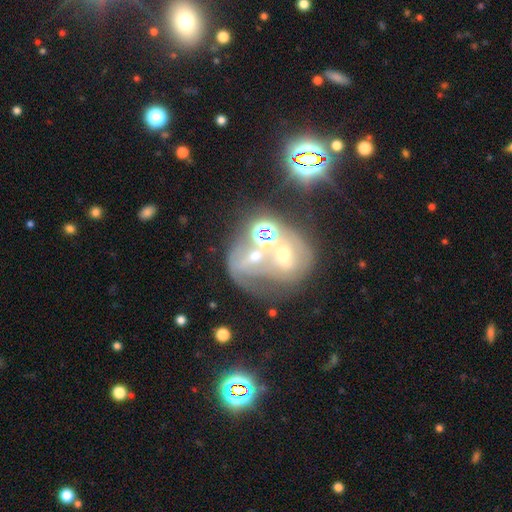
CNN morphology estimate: This appears to be a featured or disk galaxy (45%). Merging: merger (55%).